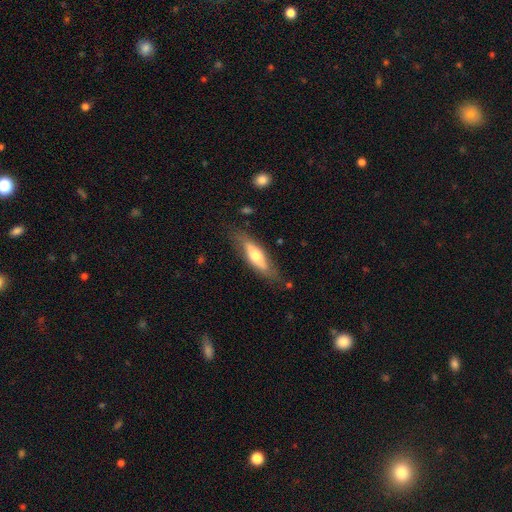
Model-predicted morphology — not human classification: This appears to be a smooth galaxy with no disk features (54%) that is cigar-shaped (52%). Merging: none (73%).